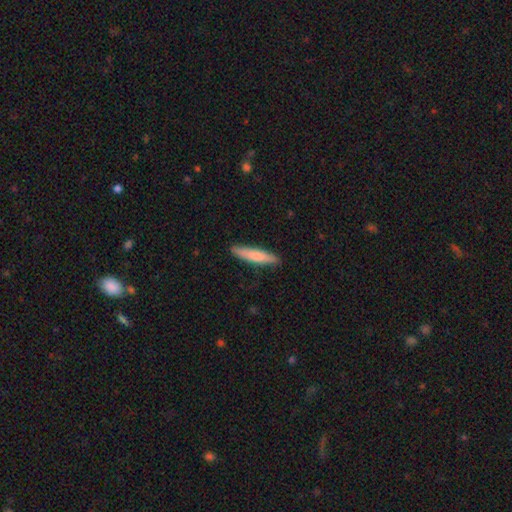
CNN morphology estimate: smooth 77%, featured or disk 17%, star or artifact 5%. Down the decision tree: how rounded — cigar-shaped (87%); merging — none (88%).